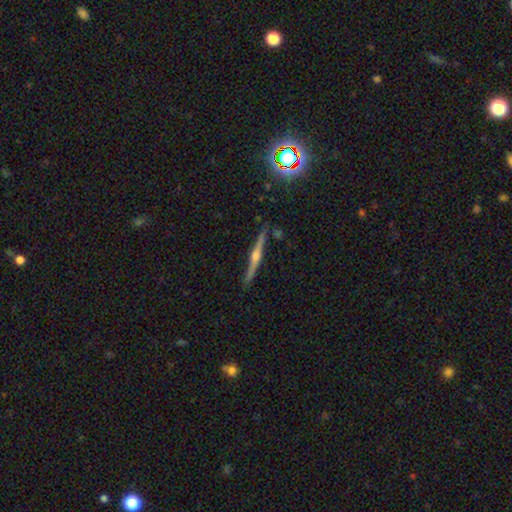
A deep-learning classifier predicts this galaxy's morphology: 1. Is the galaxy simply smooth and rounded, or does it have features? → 82% featured or disk, 10% smooth, 8% star or artifact.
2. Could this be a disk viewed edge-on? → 98% yes, 2% no.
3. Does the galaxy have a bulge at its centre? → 91% rounded, 5% boxy, 4% none.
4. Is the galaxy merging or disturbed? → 90% none, 7% minor disturbance, 2% merger, 1% major disturbance.